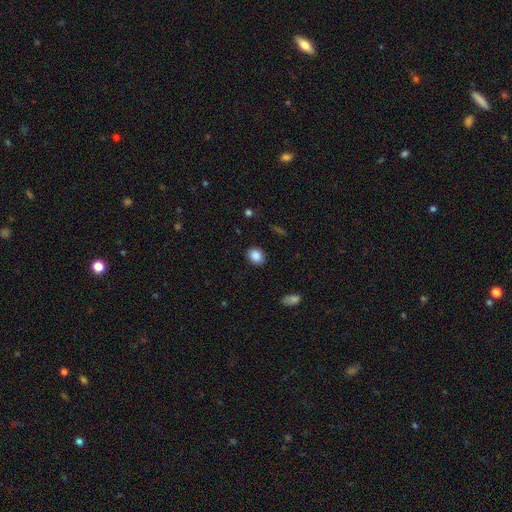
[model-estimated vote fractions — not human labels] smooth 88%, star or artifact 9%, featured or disk 4%. Down the decision tree: how rounded — round (52%); merging — none (88%).